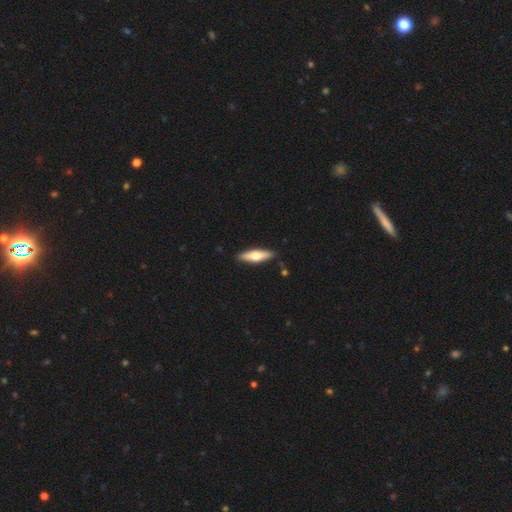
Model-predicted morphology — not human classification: type=smooth (51%); roundness=cigar-shaped (60%); merging=none (89%).